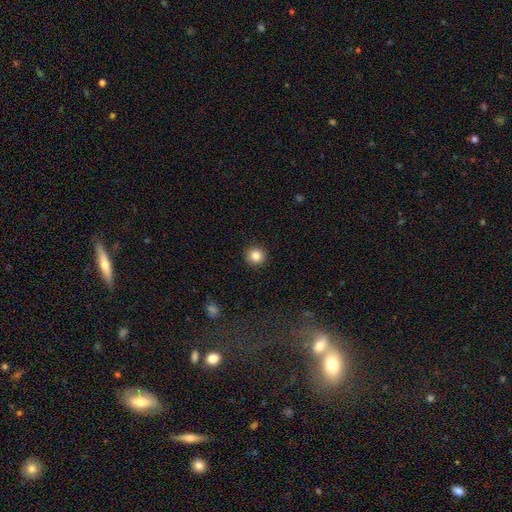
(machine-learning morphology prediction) This appears to be a smooth galaxy with no disk features (84%) that is round (94%). Merging: none (93%).